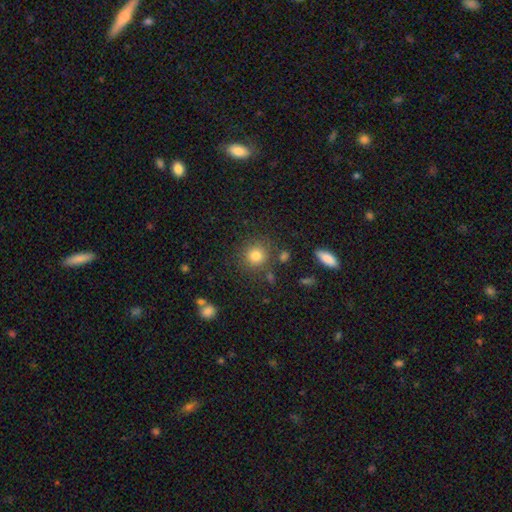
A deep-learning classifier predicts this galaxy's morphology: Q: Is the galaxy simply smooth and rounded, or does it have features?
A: smooth — 80%.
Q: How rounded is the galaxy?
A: round — 91%.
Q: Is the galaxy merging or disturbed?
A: none — 83%.